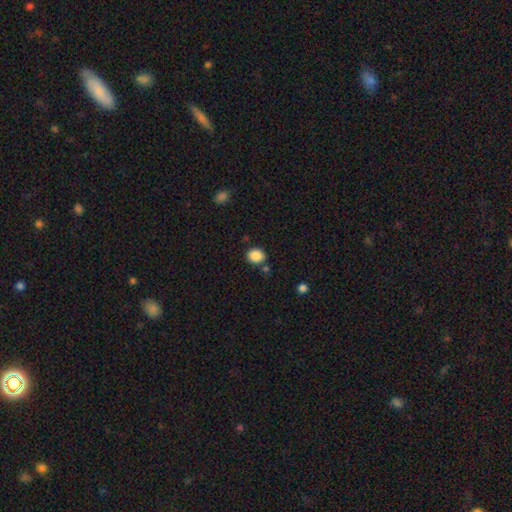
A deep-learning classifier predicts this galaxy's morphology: Smooth or featured? smooth (87%)
How rounded? round (70%)
Merging? none (80%)